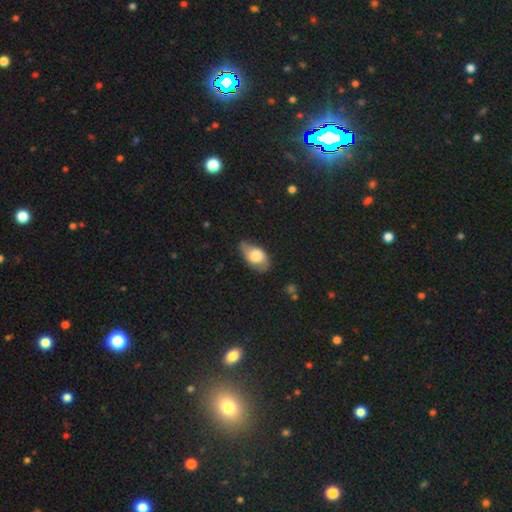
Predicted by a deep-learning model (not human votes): smooth-or-featured: smooth: 62% | featured or disk: 31% | star or artifact: 7%
  how-rounded: in between: 90% | round: 8% | cigar-shaped: 3%
  merging: none: 60% | minor disturbance: 31% | major disturbance: 7% | merger: 2%